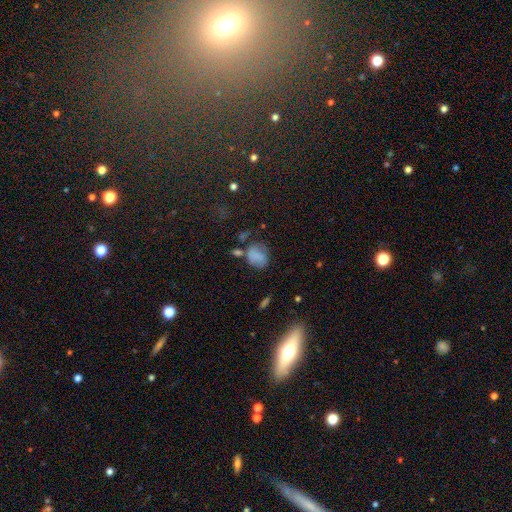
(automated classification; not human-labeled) smooth 71%, featured or disk 17%, star or artifact 12%. Down the decision tree: how rounded — in between (55%); merging — none (42%).